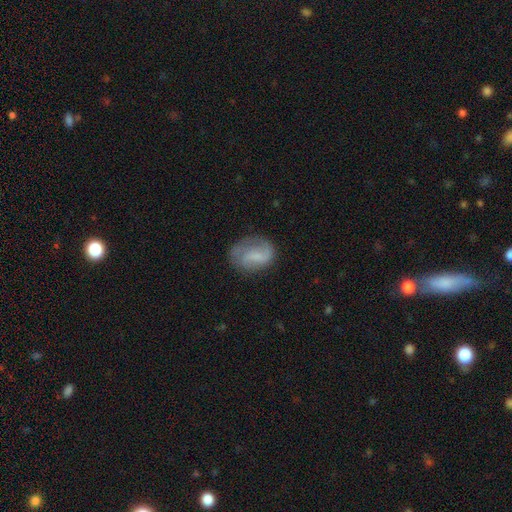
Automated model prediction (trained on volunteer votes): Q: Smooth or featured?
A: featured or disk (55%); runner-up: smooth (37%)
Q: Edge-on disk?
A: no (97%); runner-up: yes (3%)
Q: Bar?
A: weak (46%); runner-up: no (39%)
Q: Spiral arms?
A: yes (83%); runner-up: no (17%)
Q: Bulge size?
A: none (45%); runner-up: small (34%)
Q: Merging?
A: none (62%); runner-up: minor disturbance (23%)